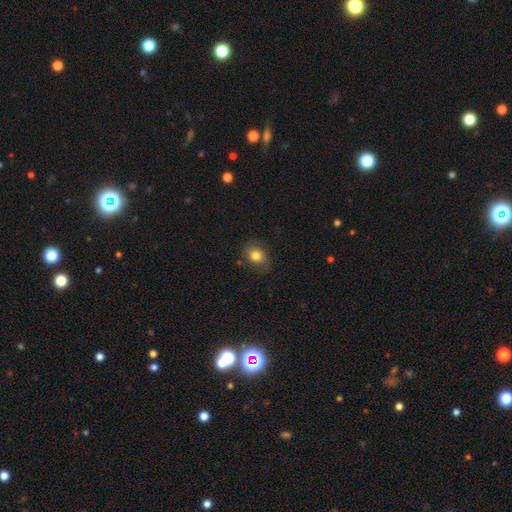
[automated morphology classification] This is likely a smooth galaxy (79%). How rounded: possibly in between (56%). Merging: likely none (75%).